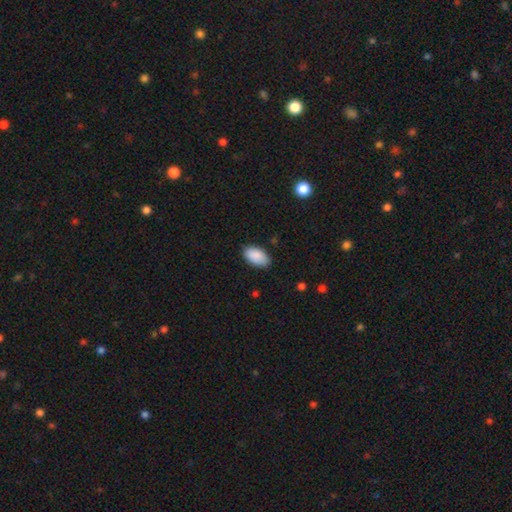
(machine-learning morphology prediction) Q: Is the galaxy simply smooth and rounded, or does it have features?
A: smooth — 90%.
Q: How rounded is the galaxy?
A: in between — 95%.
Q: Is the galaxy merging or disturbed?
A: none — 82%.